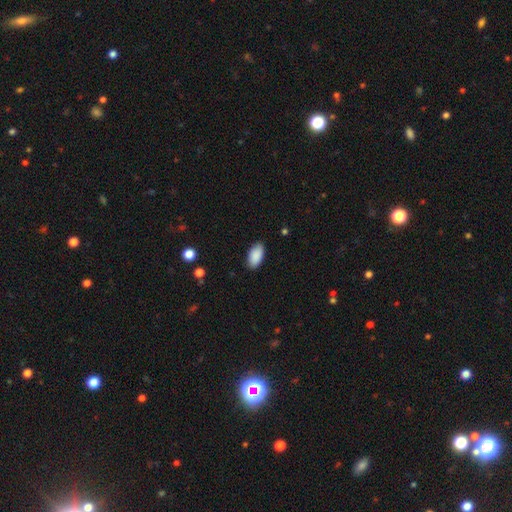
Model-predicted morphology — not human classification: A smooth galaxy with no disk features (90%) that is in between round and cigar-shaped (95%). Merging: none (87%).